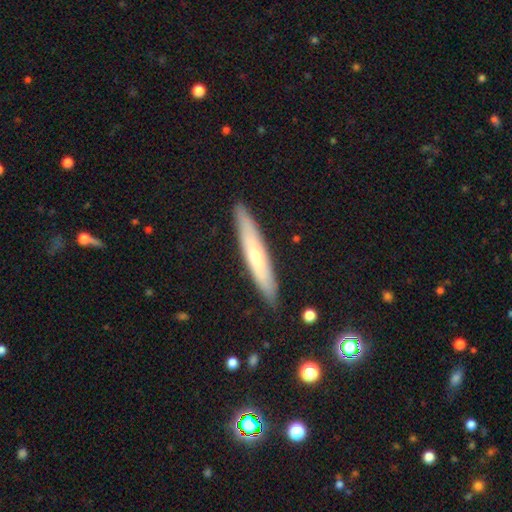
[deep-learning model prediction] A smooth galaxy with no disk features (53%) that is cigar-shaped (92%).

Vote fractions:
- Smooth or featured? smooth: 53% / featured or disk: 41% / star or artifact: 6%
- How rounded? cigar-shaped: 92% / in between: 7% / round: 1%
- Merging? none: 89% / minor disturbance: 8% / major disturbance: 1% / merger: 1%